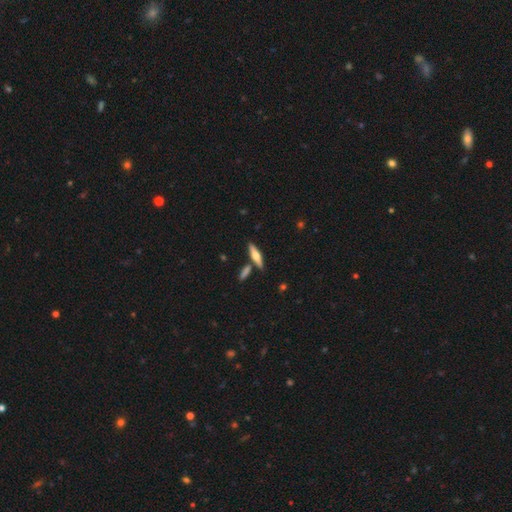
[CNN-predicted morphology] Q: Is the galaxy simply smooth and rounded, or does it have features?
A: featured or disk — 49%.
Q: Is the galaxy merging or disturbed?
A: none — 79%.